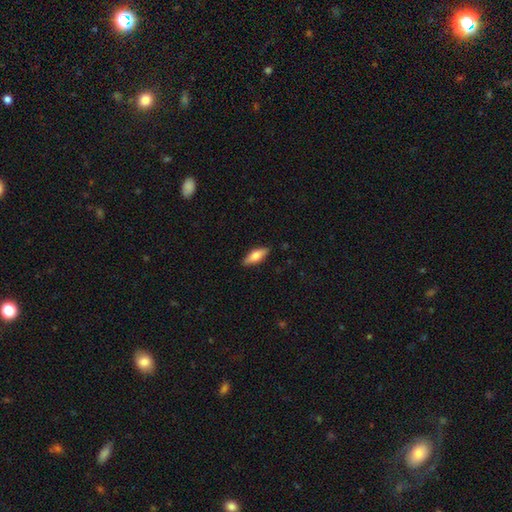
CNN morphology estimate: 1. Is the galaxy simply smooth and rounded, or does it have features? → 68% smooth, 26% featured or disk, 6% star or artifact.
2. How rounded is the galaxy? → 60% in between, 37% cigar-shaped, 2% round.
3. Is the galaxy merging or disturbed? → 87% none, 10% minor disturbance, 2% major disturbance, 1% merger.